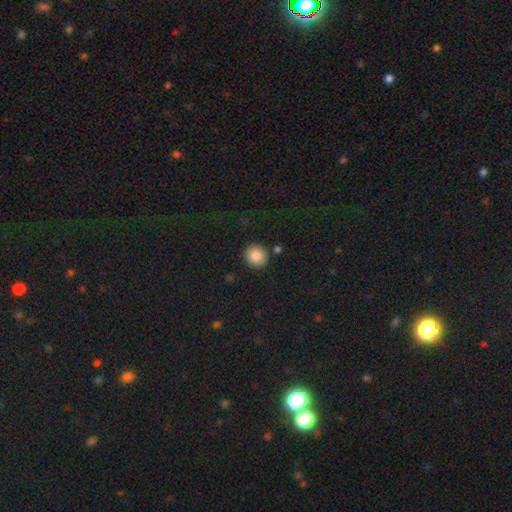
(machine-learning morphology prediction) Smooth or featured?
  - smooth: 87% *
  - star or artifact: 9%
  - featured or disk: 5%
How rounded?
  - round: 88% *
  - in between: 11%
  - cigar-shaped: 1%
Merging?
  - none: 87% *
  - minor disturbance: 7%
  - merger: 3%
  - major disturbance: 2%